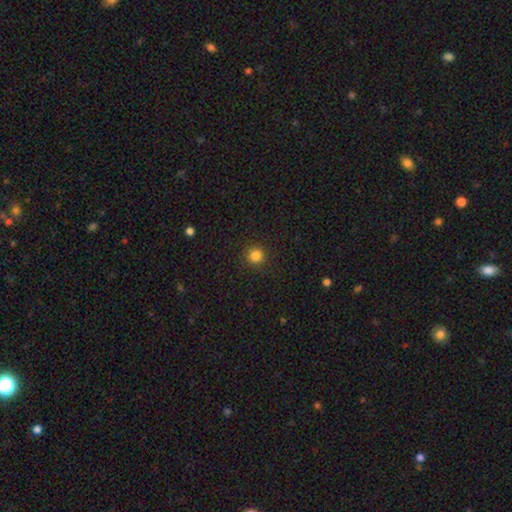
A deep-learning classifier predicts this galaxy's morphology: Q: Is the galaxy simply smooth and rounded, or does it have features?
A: smooth — 84%.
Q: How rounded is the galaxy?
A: round — 94%.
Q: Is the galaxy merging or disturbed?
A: none — 90%.